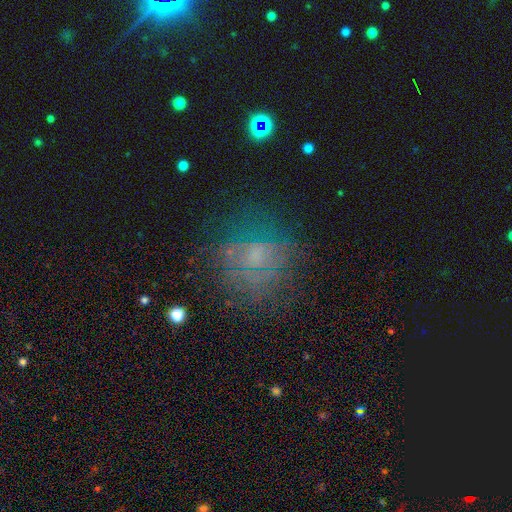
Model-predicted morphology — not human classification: Q: Smooth or featured?
A: featured or disk (41%); runner-up: smooth (33%)
Q: Merging?
A: none (64%); runner-up: major disturbance (17%)